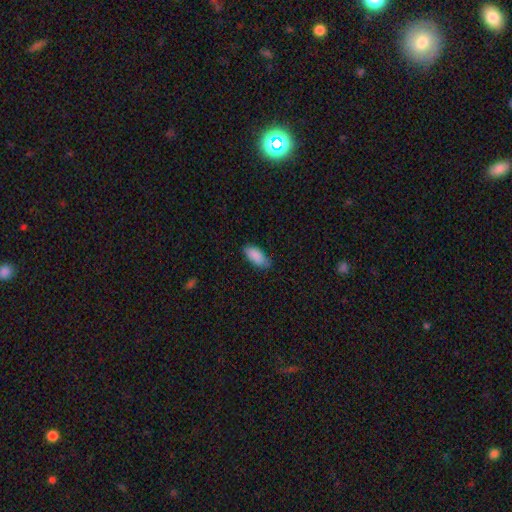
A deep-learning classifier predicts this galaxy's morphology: A smooth galaxy with no disk features (89%) that is in between round and cigar-shaped (89%). Merging: none (75%).